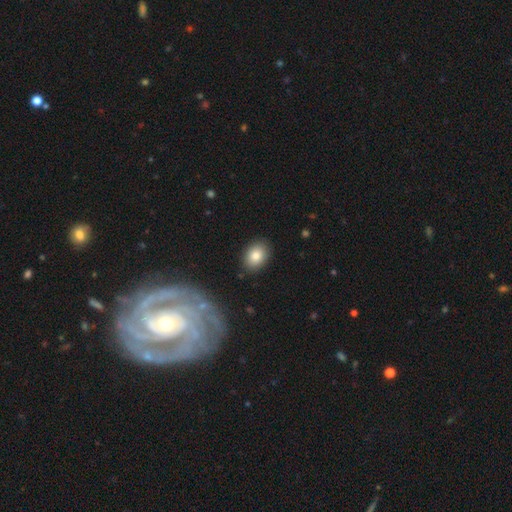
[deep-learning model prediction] Smooth or featured? Predicted: smooth (p=0.83). How rounded? Predicted: in between (p=0.68). Merging? Predicted: none (p=0.88).